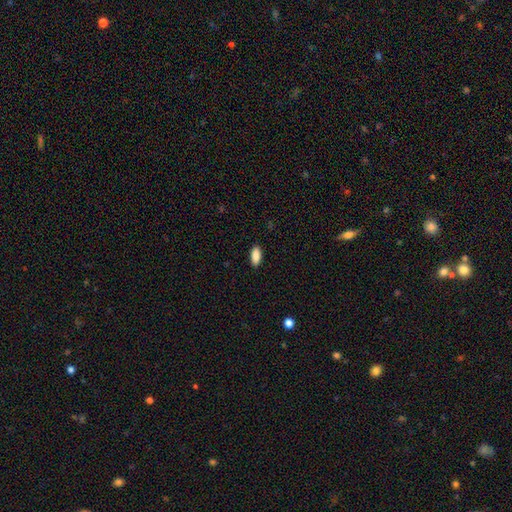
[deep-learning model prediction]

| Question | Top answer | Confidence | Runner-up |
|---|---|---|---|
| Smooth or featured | smooth | 89% | star or artifact (7%) |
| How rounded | in between | 88% | cigar-shaped (10%) |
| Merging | none | 89% | minor disturbance (8%) |